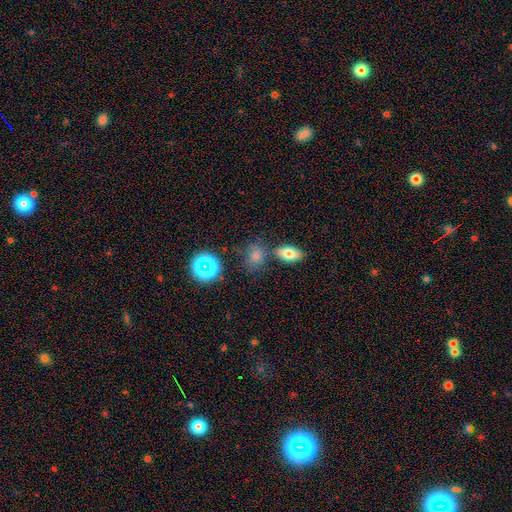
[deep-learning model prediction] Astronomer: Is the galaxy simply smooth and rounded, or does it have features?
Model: smooth — 66%.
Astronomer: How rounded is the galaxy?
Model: in between — 52% (runner-up: round, 45%).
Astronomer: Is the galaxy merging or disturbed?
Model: none — 66%.